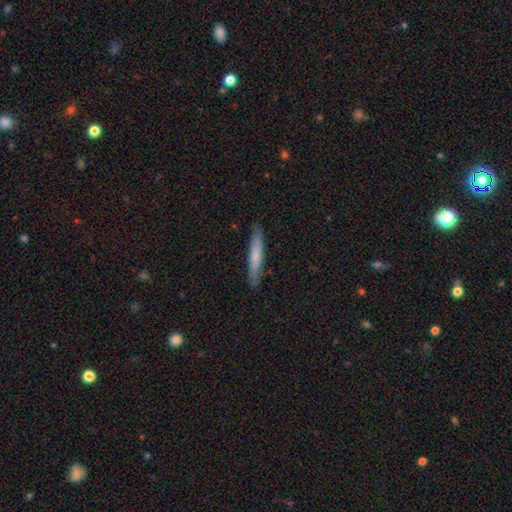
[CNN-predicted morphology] smooth_or_featured: smooth (p=0.68) [alt: featured or disk p=0.26]
how_rounded: cigar-shaped (p=0.93) [alt: in between p=0.05]
merging: none (p=0.88) [alt: minor disturbance p=0.10]